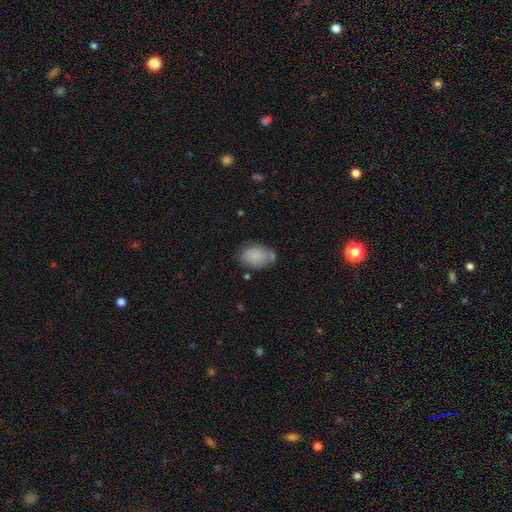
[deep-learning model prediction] smooth 85%, star or artifact 8%, featured or disk 7%. Down the decision tree: how rounded — in between (84%); merging — none (63%).